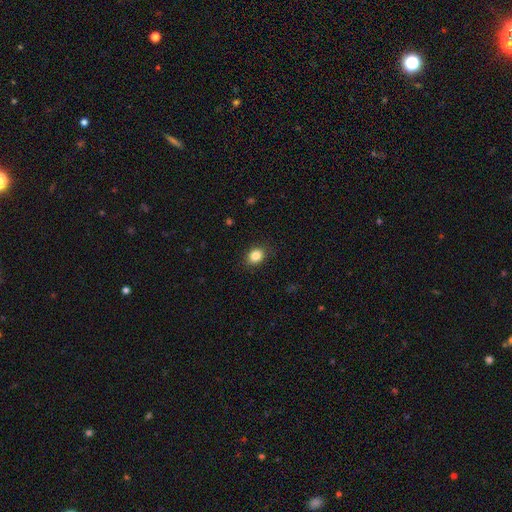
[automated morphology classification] A smooth galaxy with no disk features (85%) that is round (51%).

Vote fractions:
- Smooth or featured? smooth: 85% / star or artifact: 10% / featured or disk: 5%
- How rounded? round: 51% / in between: 48% / cigar-shaped: 1%
- Merging? none: 87% / minor disturbance: 10% / major disturbance: 3% / merger: 1%